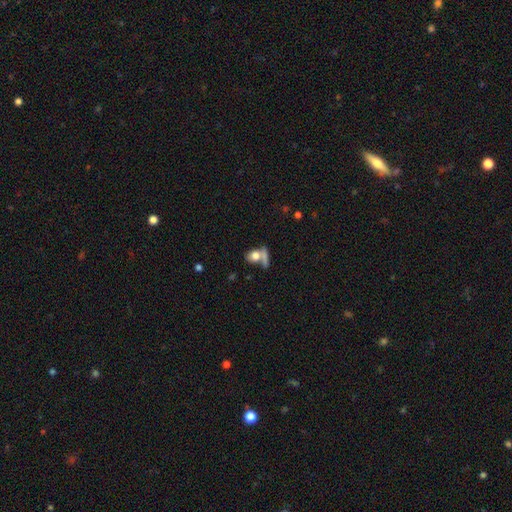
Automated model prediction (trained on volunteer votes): Smooth or featured? smooth (75%)
How rounded? in between (54%)
Merging? none (41%, tied with merger)